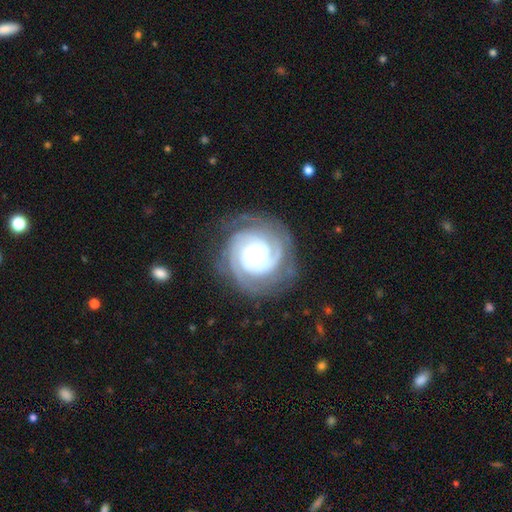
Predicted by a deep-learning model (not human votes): A featured or disk galaxy (88%) with no bar (71%), 2 (30%) tight (77%) spiral arms (98%) and a moderate central bulge (49%). Merging: none (78%).